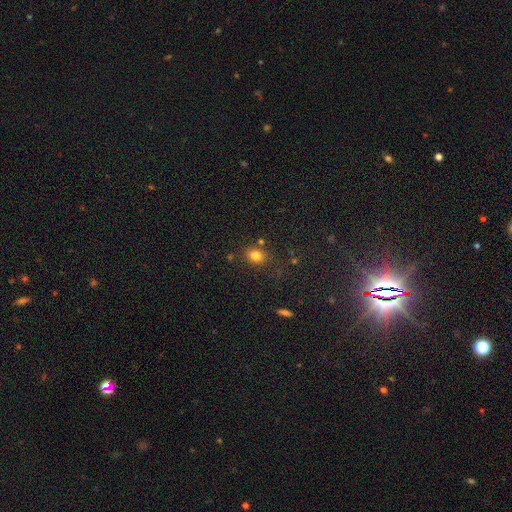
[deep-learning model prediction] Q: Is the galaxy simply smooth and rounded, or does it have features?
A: smooth — 80%.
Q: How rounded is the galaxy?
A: in between — 53%.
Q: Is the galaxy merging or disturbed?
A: none — 77%.